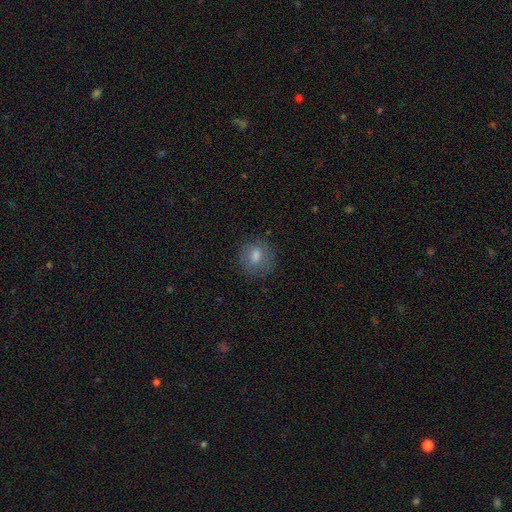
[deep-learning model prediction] This is likely a smooth galaxy (72%). How rounded: likely round (76%). Merging: likely none (79%).